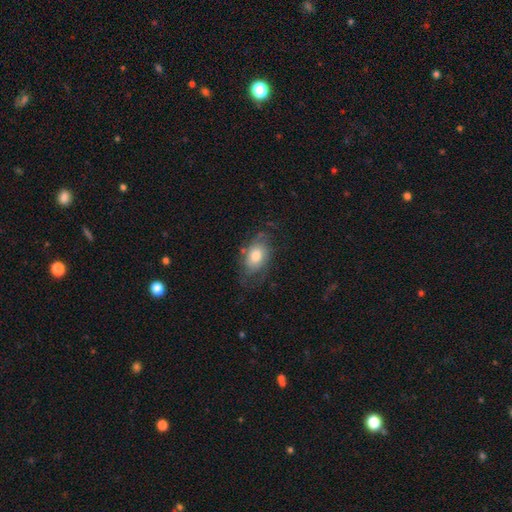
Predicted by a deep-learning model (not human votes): This is possibly a featured or disk galaxy (48%). Merging: possibly none (54%).